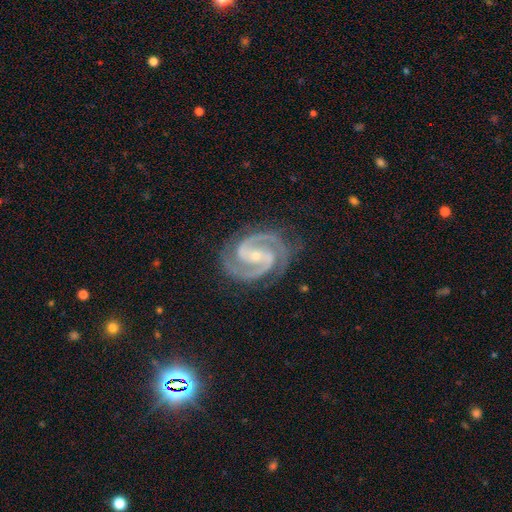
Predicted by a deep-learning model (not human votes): smooth-or-featured: featured or disk: 94% | star or artifact: 4% | smooth: 2%
  disk-edge-on: no: 98% | yes: 2%
    bar: weak: 35% (tied) | no: 35% (tied) | strong: 30%
    has-spiral-arms: yes: 99% | no: 1%
      spiral-winding: tight: 49% | medium: 47% | loose: 4%
      spiral-arm-count: 2: 93% | 3: 3% | can't tell: 1% | 4: 1% | 1: 1% | more than 4: 1%
    bulge-size: small: 73% | moderate: 23% | none: 2% | large: 1% | dominant: 1%
  merging: none: 83% | minor disturbance: 13% | major disturbance: 3% | merger: 1%